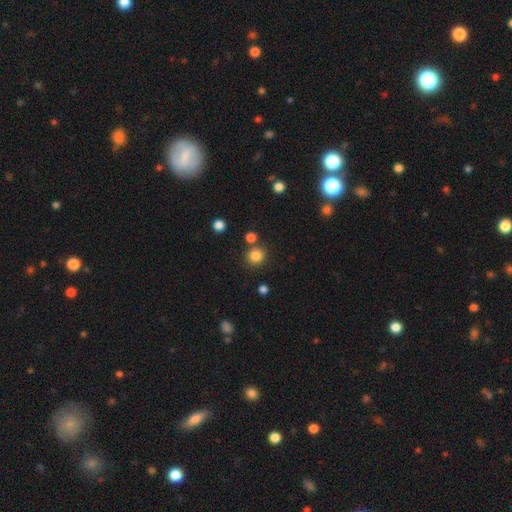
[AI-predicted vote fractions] The model was most divided on "merging": none: 80%, merger: 9%, minor disturbance: 8%, major disturbance: 3%. More confident: how rounded — round (90%); smooth or featured — smooth (83%).